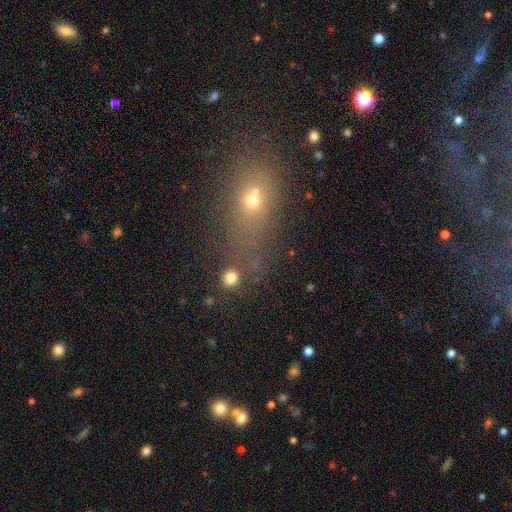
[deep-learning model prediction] This is possibly a smooth galaxy (54%). How rounded: possibly in between (57%). Merging: likely none (61%).